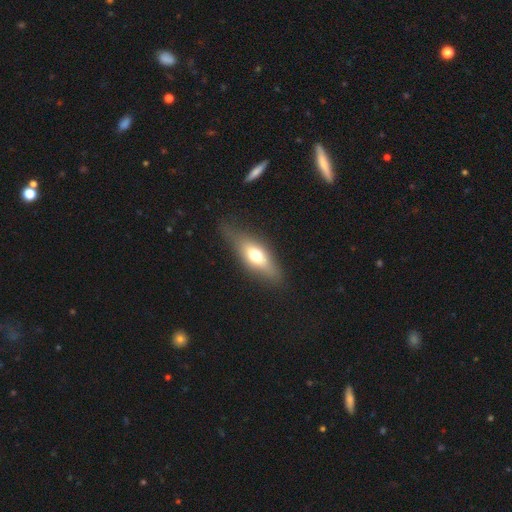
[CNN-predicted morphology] smooth_or_featured: smooth (p=0.56) [alt: featured or disk p=0.37]
how_rounded: in between (p=0.62) [alt: cigar-shaped p=0.33]
merging: none (p=0.73) [alt: minor disturbance p=0.19]